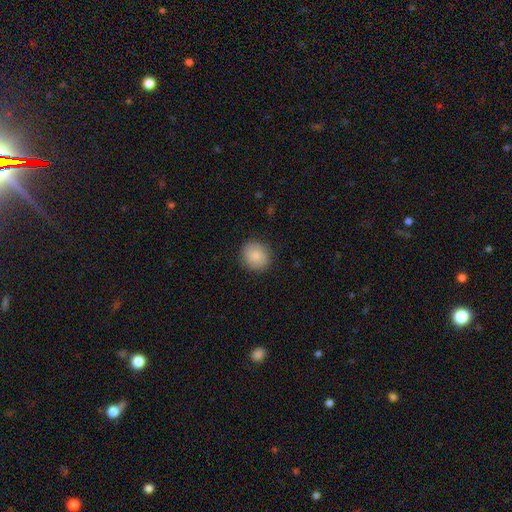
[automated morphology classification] This is likely a smooth galaxy (79%). How rounded: clearly round (83%). Merging: clearly none (87%).